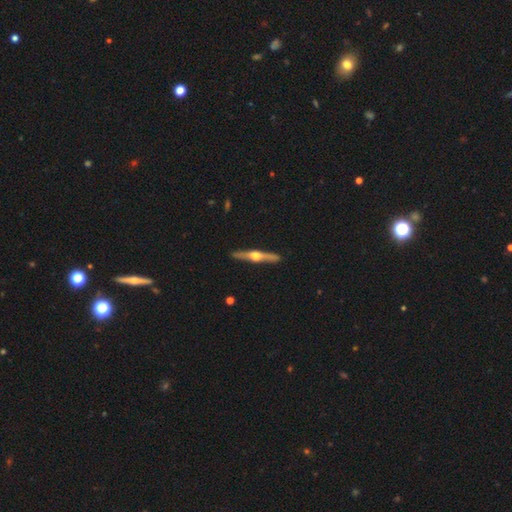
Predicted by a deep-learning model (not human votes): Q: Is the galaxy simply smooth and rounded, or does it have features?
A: featured or disk — 77%.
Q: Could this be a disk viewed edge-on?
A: yes — 98%.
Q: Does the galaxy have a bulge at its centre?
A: rounded — 96%.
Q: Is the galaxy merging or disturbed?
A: none — 92%.